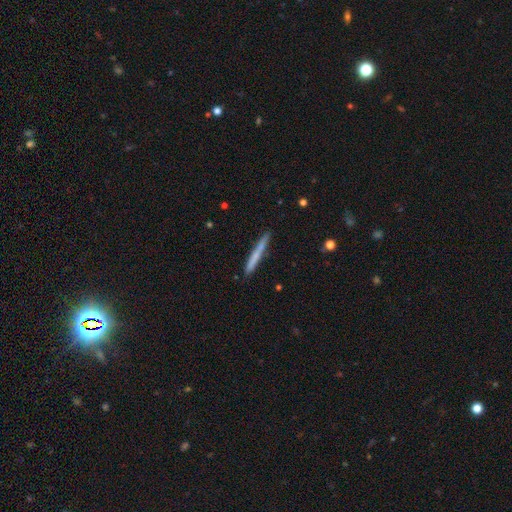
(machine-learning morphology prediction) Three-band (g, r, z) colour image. It shows a smooth galaxy with no disk features (62%) that is cigar-shaped (97%). Merging: none (89%).